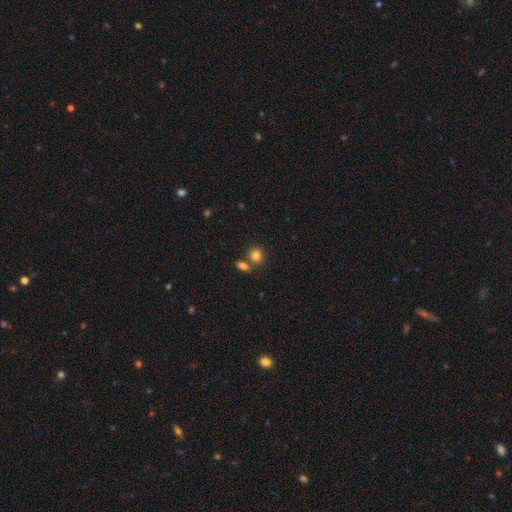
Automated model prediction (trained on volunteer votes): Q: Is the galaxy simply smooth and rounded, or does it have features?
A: smooth — 83%.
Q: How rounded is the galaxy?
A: round — 76%.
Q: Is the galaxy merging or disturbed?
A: none — 62%.